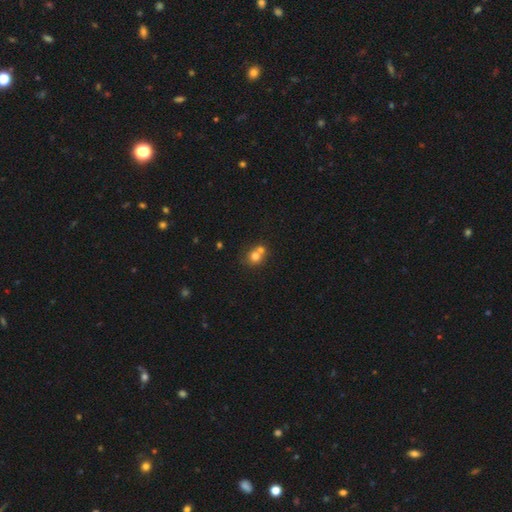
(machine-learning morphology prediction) The model was most divided on "merging": merger: 52%, none: 39%, minor disturbance: 6%, major disturbance: 3%. More confident: how rounded — round (81%); smooth or featured — smooth (73%).